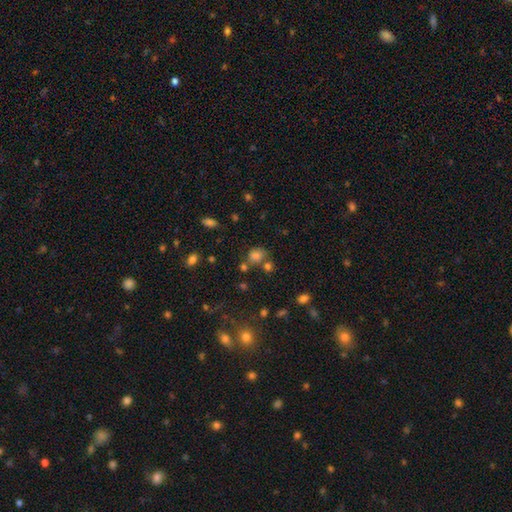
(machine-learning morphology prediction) The model was most divided on "how rounded": round: 61%, in between: 38%, cigar-shaped: 1%. More confident: smooth or featured — smooth (72%); merging — none (56%).